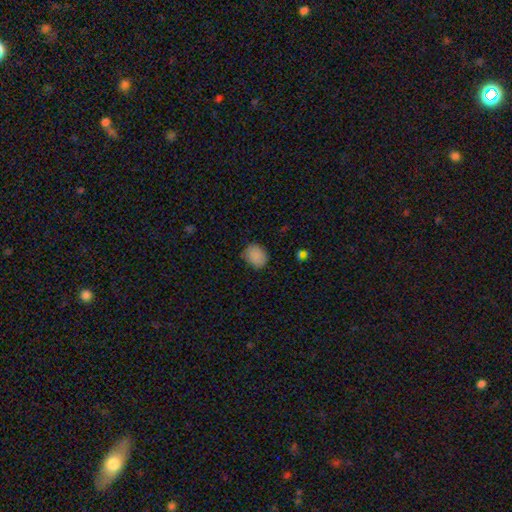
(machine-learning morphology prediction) smooth-or-featured: smooth: 88% | star or artifact: 8% | featured or disk: 4%
  how-rounded: in between: 52% | round: 47% | cigar-shaped: 1%
  merging: none: 81% | minor disturbance: 15% | major disturbance: 3% | merger: 1%